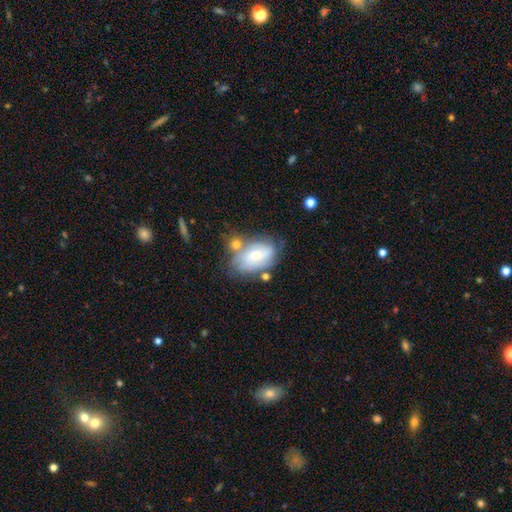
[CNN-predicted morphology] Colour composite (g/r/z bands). It shows a smooth galaxy with no disk features (48%). Merging: none (43%).